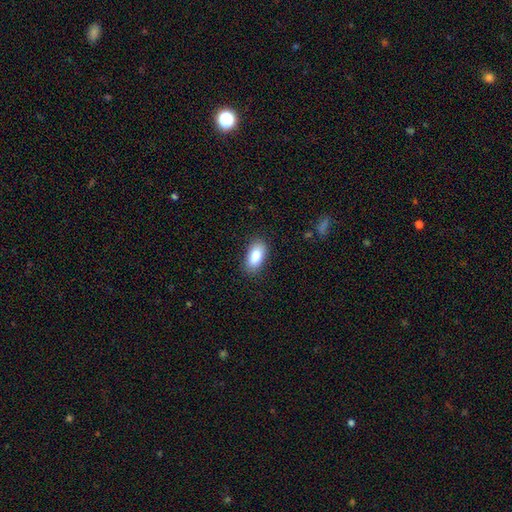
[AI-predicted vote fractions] Smooth or featured?
  - smooth: 86% *
  - featured or disk: 7%
  - star or artifact: 7%
How rounded?
  - in between: 92% *
  - cigar-shaped: 5%
  - round: 4%
Merging?
  - none: 84% *
  - minor disturbance: 12%
  - major disturbance: 3%
  - merger: 1%